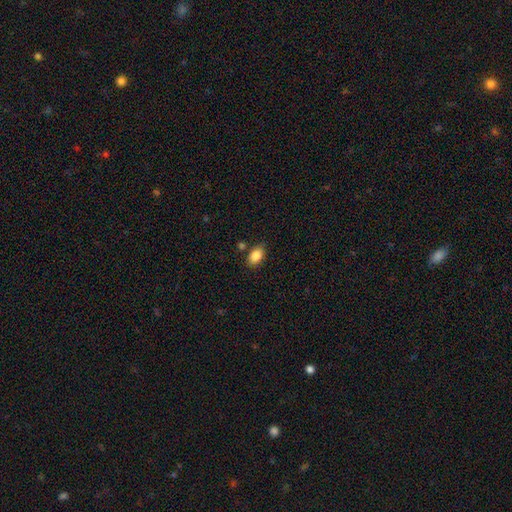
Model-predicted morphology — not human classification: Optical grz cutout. It shows a smooth galaxy with no disk features (87%) that is in between round and cigar-shaped (88%). Merging: none (78%).